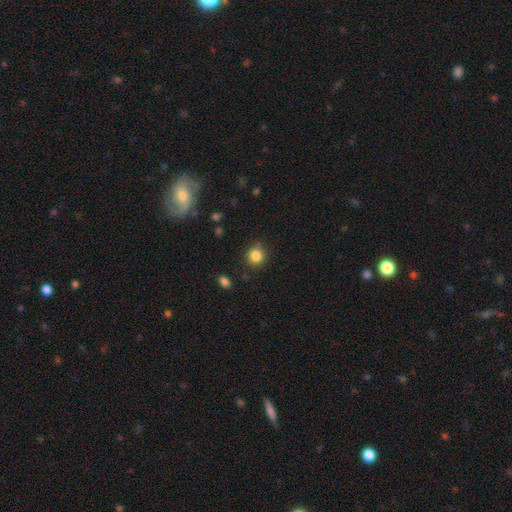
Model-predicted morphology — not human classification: This is clearly a smooth galaxy (85%). How rounded: clearly round (88%). Merging: clearly none (84%).